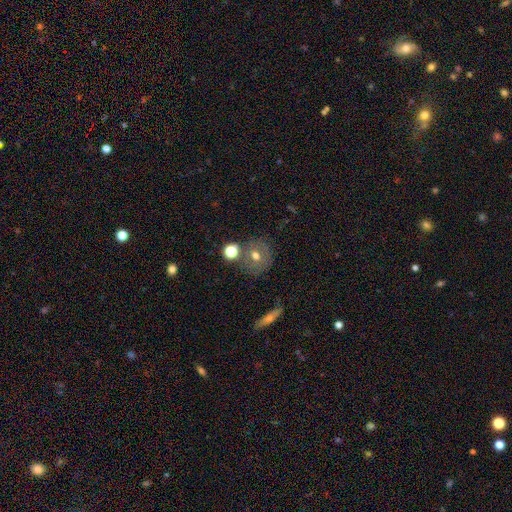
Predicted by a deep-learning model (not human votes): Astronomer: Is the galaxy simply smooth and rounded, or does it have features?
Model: smooth — 55%.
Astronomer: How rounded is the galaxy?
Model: round — 85%.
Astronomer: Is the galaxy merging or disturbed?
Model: none — 65%.